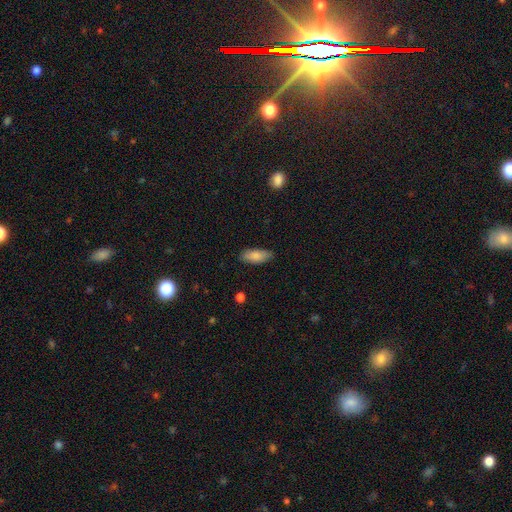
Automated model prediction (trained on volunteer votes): Smooth or featured: smooth — 84% (featured or disk — 9%)
How rounded: in between — 82% (cigar-shaped — 16%)
Merging: none — 84% (minor disturbance — 13%)